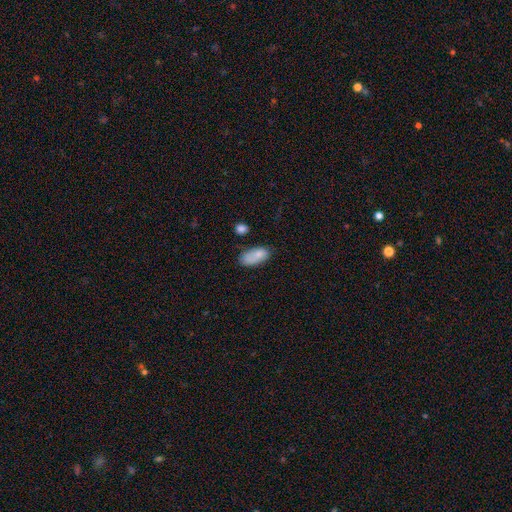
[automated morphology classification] smooth_or_featured: smooth (p=0.82) [alt: featured or disk p=0.11]
how_rounded: in between (p=0.91) [alt: cigar-shaped p=0.06]
merging: none (p=0.55) [alt: minor disturbance p=0.29]